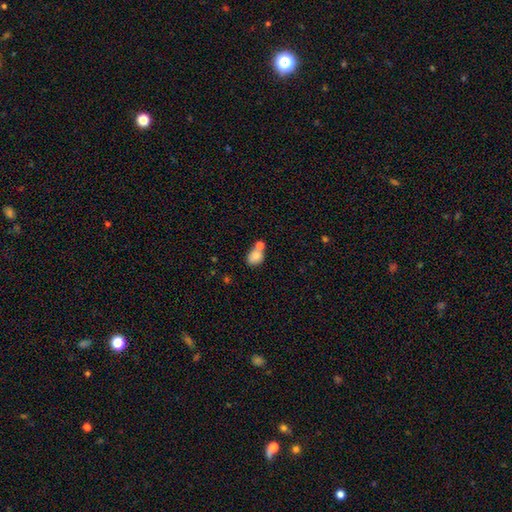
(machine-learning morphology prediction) A smooth galaxy with no disk features (78%) that is in between round and cigar-shaped (56%).

Vote fractions:
- Smooth or featured? smooth: 78% / featured or disk: 13% / star or artifact: 9%
- How rounded? in between: 56% / round: 43% / cigar-shaped: 1%
- Merging? merger: 47% / none: 37% / minor disturbance: 12% / major disturbance: 5%